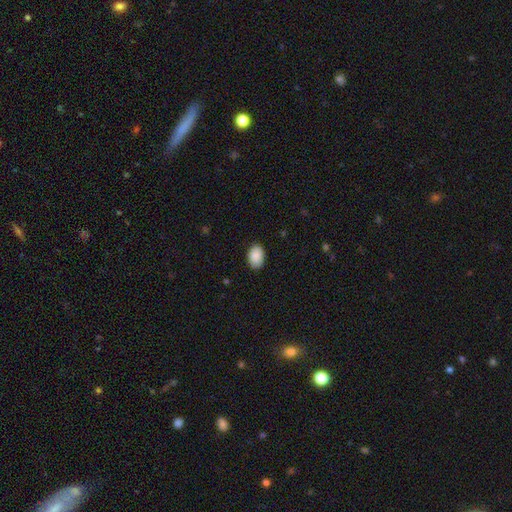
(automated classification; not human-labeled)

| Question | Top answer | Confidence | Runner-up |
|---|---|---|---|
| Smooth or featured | smooth | 90% | star or artifact (6%) |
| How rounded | in between | 89% | round (10%) |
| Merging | none | 87% | minor disturbance (10%) |